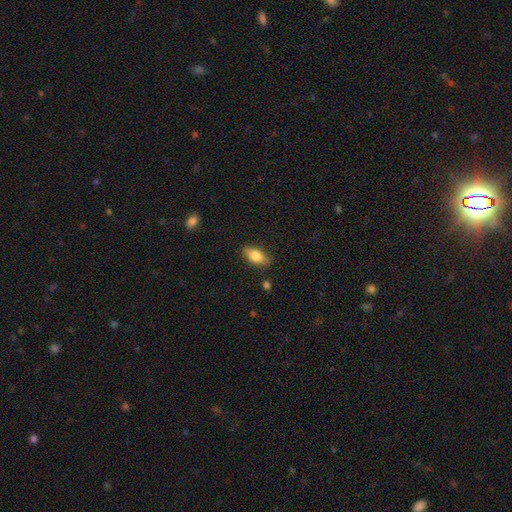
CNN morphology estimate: A smooth galaxy with no disk features (77%) that is in between round and cigar-shaped (87%).

Vote fractions:
- Smooth or featured? smooth: 77% / featured or disk: 16% / star or artifact: 7%
- How rounded? in between: 87% / cigar-shaped: 8% / round: 5%
- Merging? none: 82% / minor disturbance: 14% / major disturbance: 3% / merger: 2%